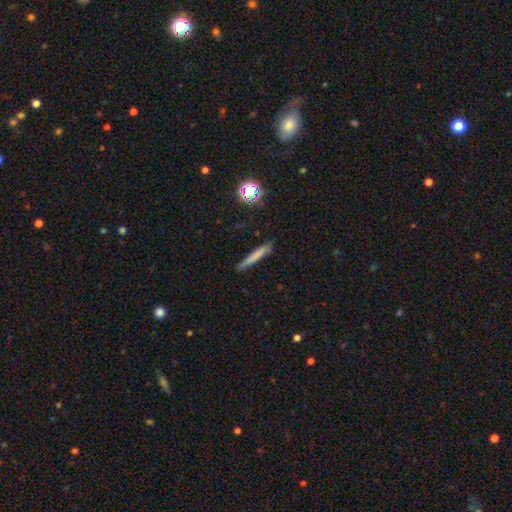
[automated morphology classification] This appears to be a smooth galaxy with no disk features (69%) that is cigar-shaped (94%). Merging: none (84%).